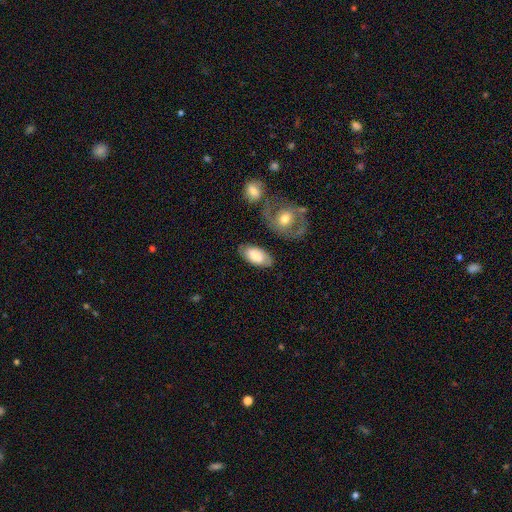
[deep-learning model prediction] smooth 69%, featured or disk 24%, star or artifact 7%. Down the decision tree: how rounded — in between (93%); merging — none (74%).